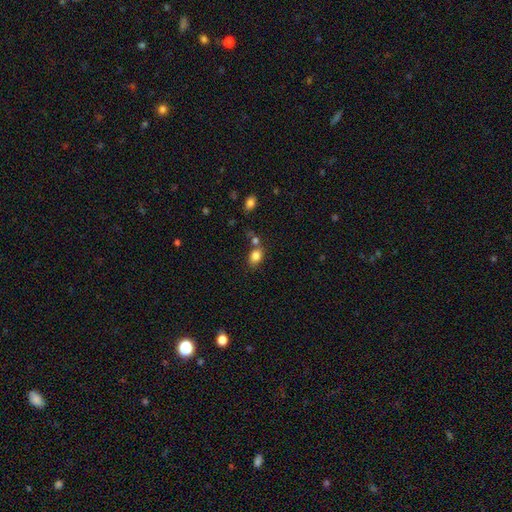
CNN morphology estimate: Q: Smooth or featured?
A: smooth (83%); runner-up: star or artifact (10%)
Q: How rounded?
A: in between (76%); runner-up: round (23%)
Q: Merging?
A: none (60%); runner-up: merger (19%)